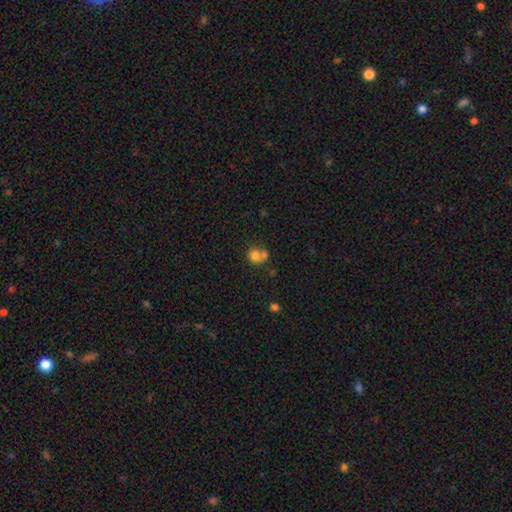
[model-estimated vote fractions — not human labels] smooth_or_featured: smooth (p=0.75) [alt: featured or disk p=0.13]
how_rounded: round (p=0.73) [alt: in between p=0.26]
merging: merger (p=0.52) [alt: none p=0.34]